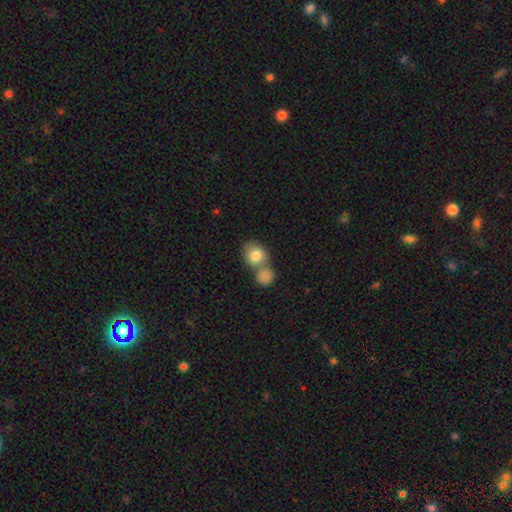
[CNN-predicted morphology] Smooth or featured?
  - smooth: 82% *
  - featured or disk: 10%
  - star or artifact: 8%
How rounded?
  - round: 65% *
  - in between: 34%
  - cigar-shaped: 1%
Merging?
  - merger: 48% *
  - none: 40%
  - minor disturbance: 9%
  - major disturbance: 4%